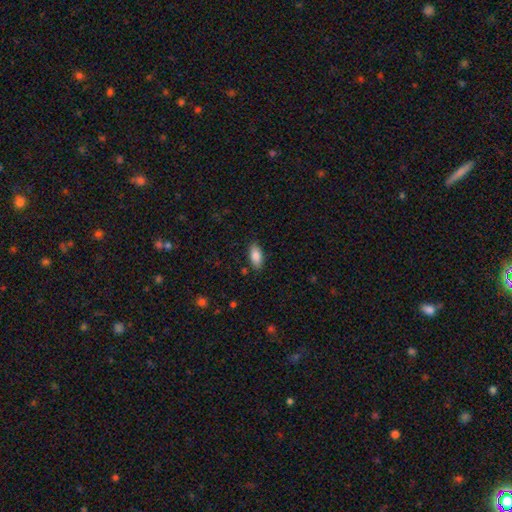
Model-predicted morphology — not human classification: Smooth or featured?
  - smooth: 84% *
  - featured or disk: 9%
  - star or artifact: 7%
How rounded?
  - in between: 87% *
  - cigar-shaped: 10%
  - round: 2%
Merging?
  - none: 86% *
  - minor disturbance: 10%
  - major disturbance: 2%
  - merger: 1%